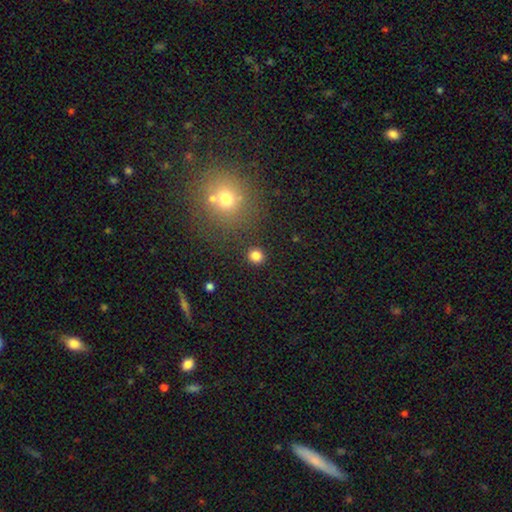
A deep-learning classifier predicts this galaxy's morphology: Smooth or featured?
  - smooth: 82% *
  - star or artifact: 13%
  - featured or disk: 4%
How rounded?
  - round: 90% *
  - in between: 9%
  - cigar-shaped: 1%
Merging?
  - none: 90% *
  - minor disturbance: 5%
  - merger: 3%
  - major disturbance: 2%